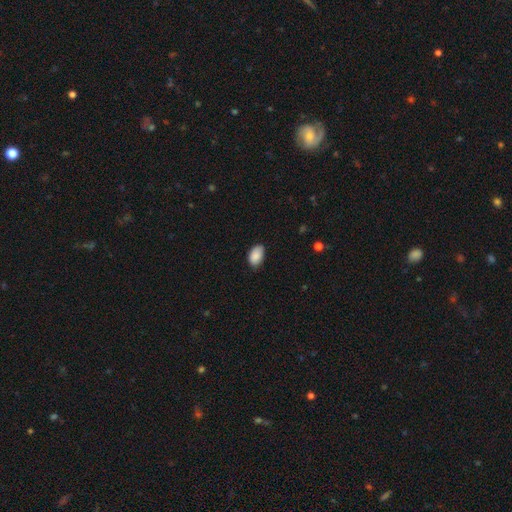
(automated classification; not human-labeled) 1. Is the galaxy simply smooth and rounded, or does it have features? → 89% smooth, 7% star or artifact, 4% featured or disk.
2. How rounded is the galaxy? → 92% in between, 7% round, 1% cigar-shaped.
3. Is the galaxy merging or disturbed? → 76% none, 20% minor disturbance, 3% major disturbance, 1% merger.